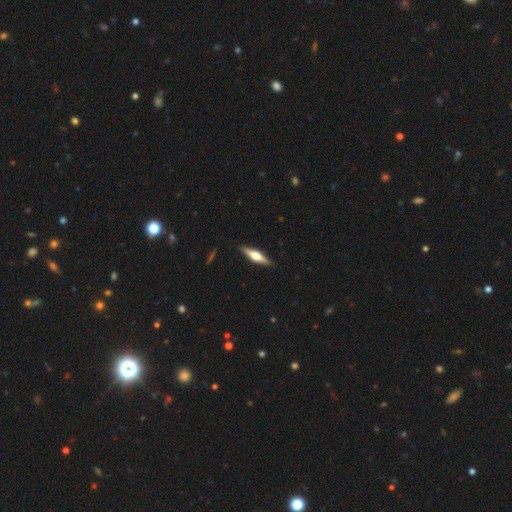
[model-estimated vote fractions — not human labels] featured or disk 64%, smooth 31%, star or artifact 5%. Down the decision tree: edge-on disk — yes (96%); edge-on bulge — rounded (91%); merging — none (90%).